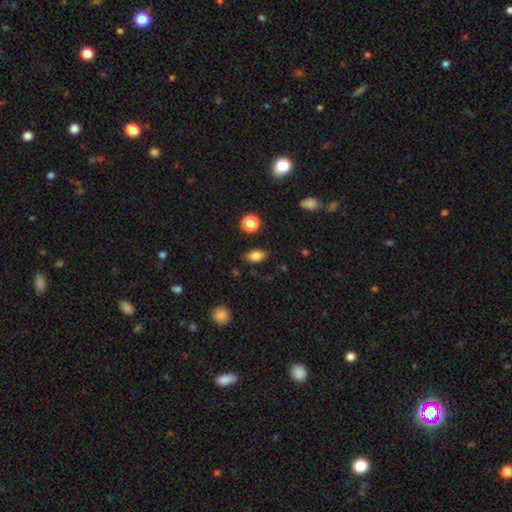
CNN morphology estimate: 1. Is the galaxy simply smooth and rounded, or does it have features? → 80% smooth, 10% featured or disk, 9% star or artifact.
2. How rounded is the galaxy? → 83% in between, 12% round, 5% cigar-shaped.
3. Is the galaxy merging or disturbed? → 83% none, 13% minor disturbance, 3% major disturbance, 2% merger.